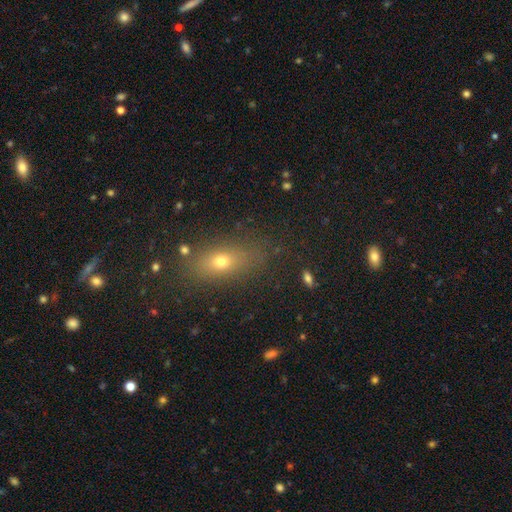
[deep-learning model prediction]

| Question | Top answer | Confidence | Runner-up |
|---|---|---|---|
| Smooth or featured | smooth | 58% | star or artifact (25%) |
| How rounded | in between | 64% | cigar-shaped (20%) |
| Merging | none | 82% | minor disturbance (11%) |